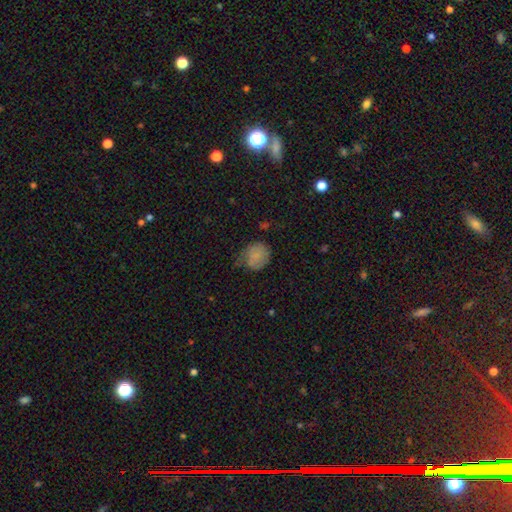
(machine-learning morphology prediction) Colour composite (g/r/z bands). It shows a smooth galaxy with no disk features (76%) that is round (61%). Merging: none (46%).